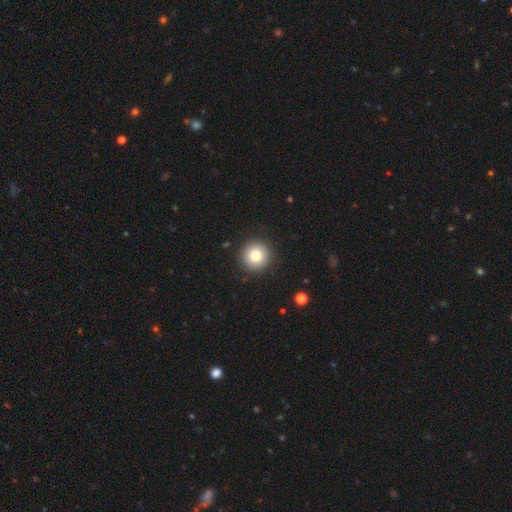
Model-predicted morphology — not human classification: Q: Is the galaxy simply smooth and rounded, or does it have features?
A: smooth — 80%.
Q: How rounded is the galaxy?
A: round — 95%.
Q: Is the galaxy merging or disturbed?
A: none — 91%.